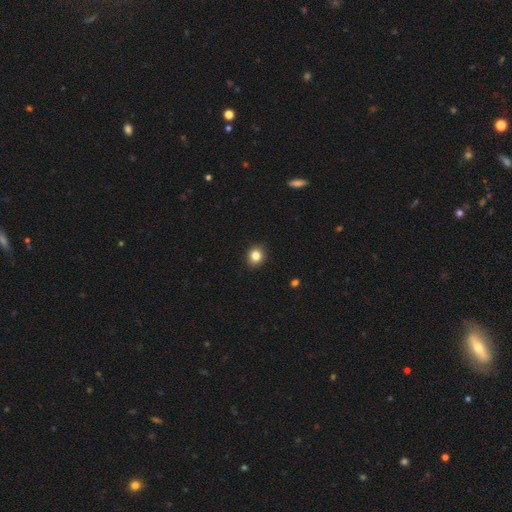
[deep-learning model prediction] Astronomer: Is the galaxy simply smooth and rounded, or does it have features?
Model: smooth — 83%.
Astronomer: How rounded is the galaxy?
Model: round — 79%.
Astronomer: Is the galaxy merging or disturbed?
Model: none — 91%.